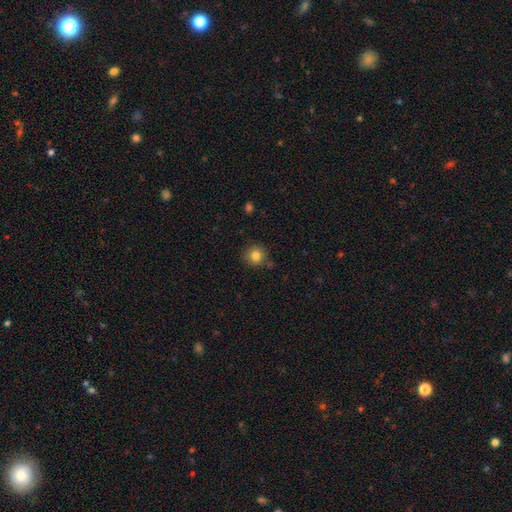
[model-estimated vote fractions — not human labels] Smooth or featured?
  - smooth: 82% *
  - star or artifact: 11%
  - featured or disk: 7%
How rounded?
  - round: 92% *
  - in between: 7%
  - cigar-shaped: 1%
Merging?
  - none: 84% *
  - minor disturbance: 10%
  - merger: 4%
  - major disturbance: 2%